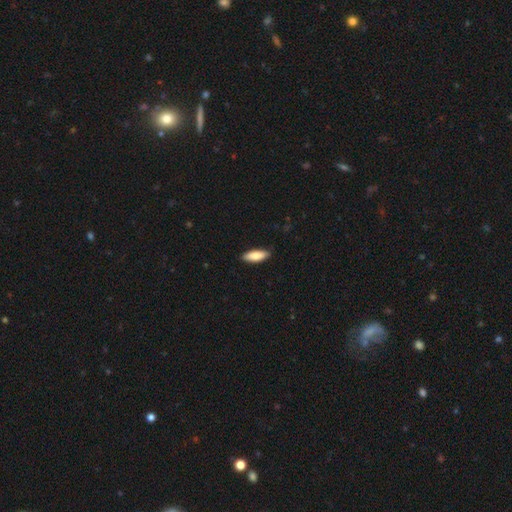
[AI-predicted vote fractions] Smooth or featured? smooth (83%)
How rounded? in between (62%)
Merging? none (87%)